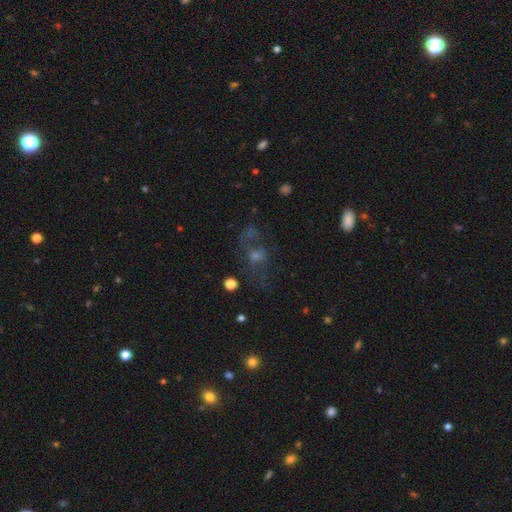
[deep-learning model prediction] Q: Smooth or featured?
A: featured or disk (37%); runner-up: smooth (32%)
Q: Merging?
A: none (49%); runner-up: major disturbance (26%)